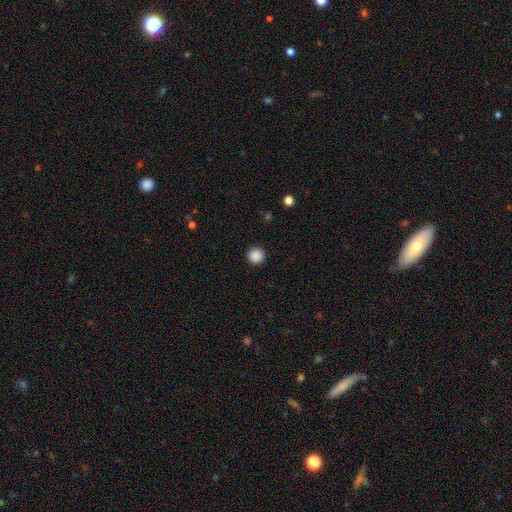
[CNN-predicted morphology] type=smooth (88%); roundness=round (96%); merging=none (93%).